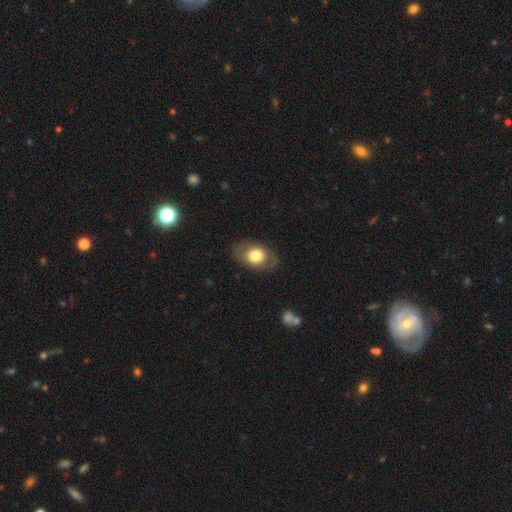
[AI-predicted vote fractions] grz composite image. It shows a smooth galaxy with no disk features (71%) that is in between round and cigar-shaped (79%). Merging: none (80%).